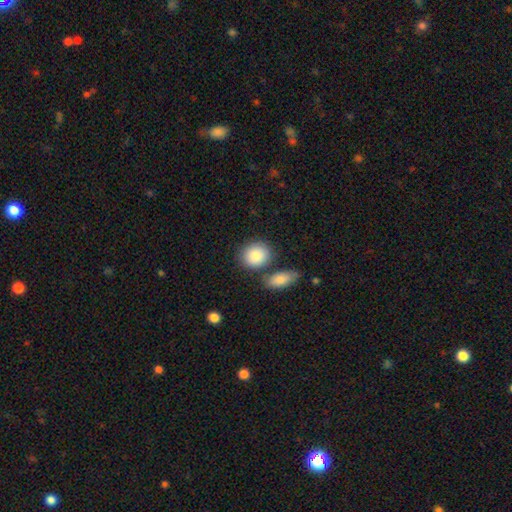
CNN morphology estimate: Smooth or featured? smooth (86%)
How rounded? round (64%)
Merging? none (66%)